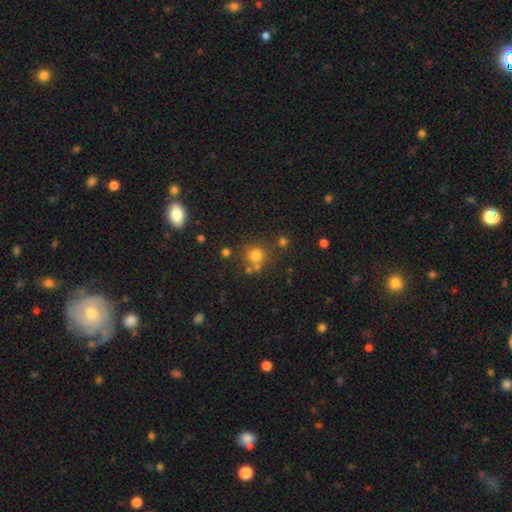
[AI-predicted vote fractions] Smooth or featured?
  - smooth: 74% *
  - star or artifact: 17%
  - featured or disk: 9%
How rounded?
  - round: 89% *
  - in between: 10%
  - cigar-shaped: 1%
Merging?
  - none: 68% *
  - merger: 17%
  - minor disturbance: 11%
  - major disturbance: 4%